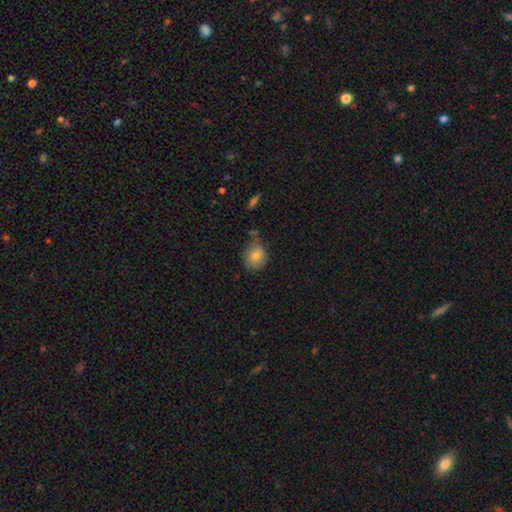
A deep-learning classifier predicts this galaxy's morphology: smooth-or-featured: smooth: 78% | featured or disk: 13% | star or artifact: 9%
  how-rounded: round: 70% | in between: 29% | cigar-shaped: 1%
  merging: none: 66% | minor disturbance: 23% | merger: 6% | major disturbance: 5%